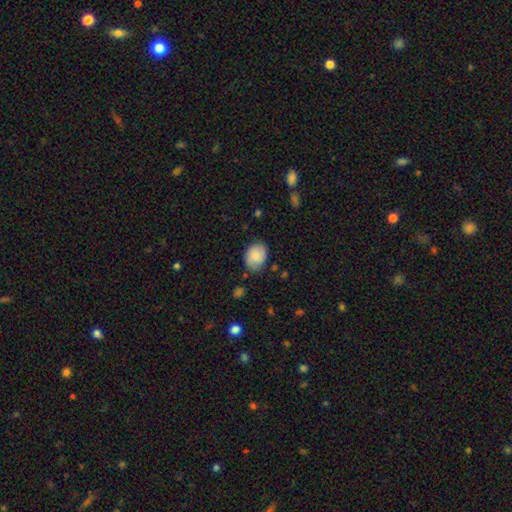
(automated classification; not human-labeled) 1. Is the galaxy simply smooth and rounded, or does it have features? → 77% smooth, 16% featured or disk, 7% star or artifact.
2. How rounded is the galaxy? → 67% in between, 32% round, 1% cigar-shaped.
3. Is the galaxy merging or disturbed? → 74% none, 20% minor disturbance, 4% major disturbance, 2% merger.